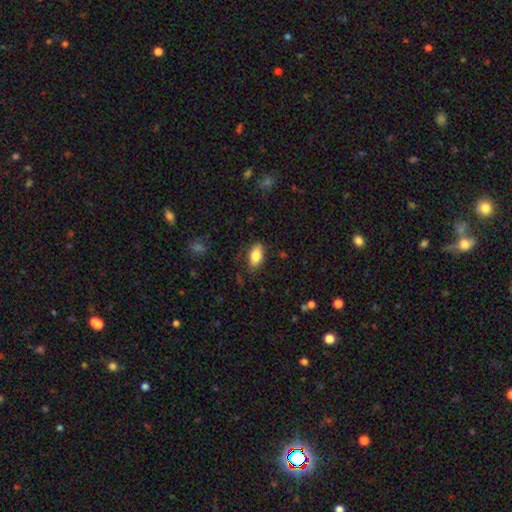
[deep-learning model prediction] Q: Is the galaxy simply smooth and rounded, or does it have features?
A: smooth — 82%.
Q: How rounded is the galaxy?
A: in between — 90%.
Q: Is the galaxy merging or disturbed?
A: none — 80%.